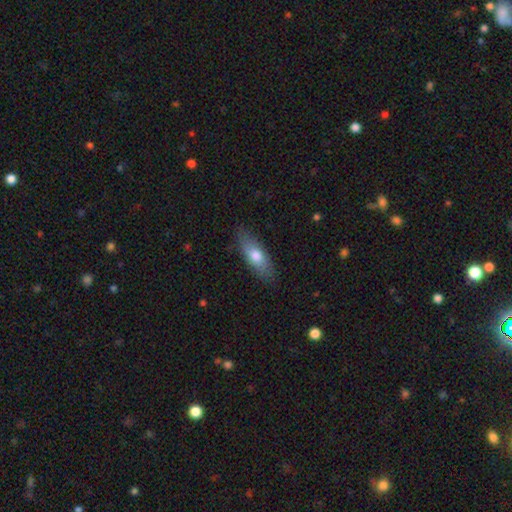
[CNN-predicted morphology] This is likely a smooth galaxy (71%). How rounded: likely in between (66%). Merging: clearly none (80%).